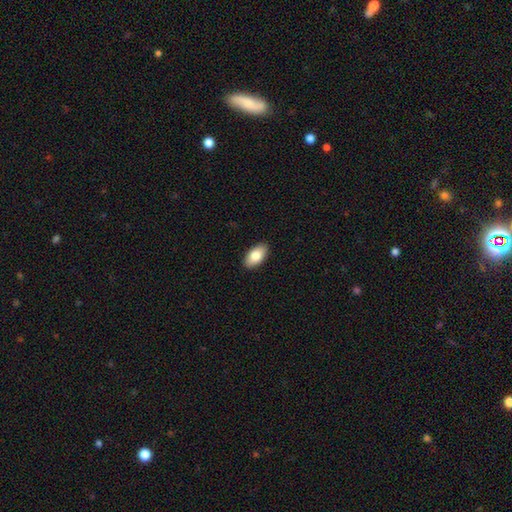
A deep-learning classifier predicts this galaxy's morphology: Smooth or featured: smooth — 82% (featured or disk — 12%)
How rounded: in between — 94% (round — 3%)
Merging: none — 90% (minor disturbance — 7%)